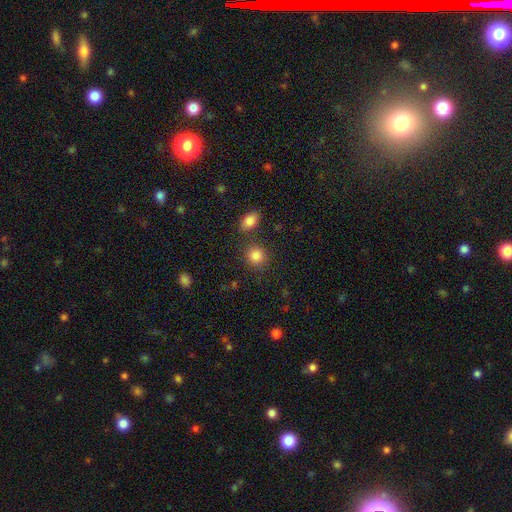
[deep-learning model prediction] This is clearly a smooth galaxy (86%). How rounded: clearly round (82%). Merging: likely none (79%).